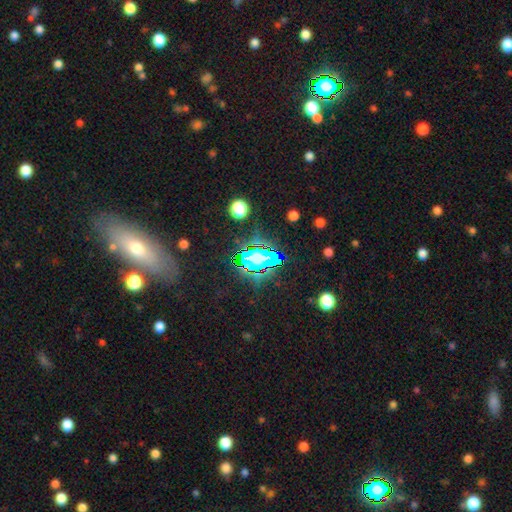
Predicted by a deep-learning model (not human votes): This is likely a star or artifact rather than a galaxy (68%).